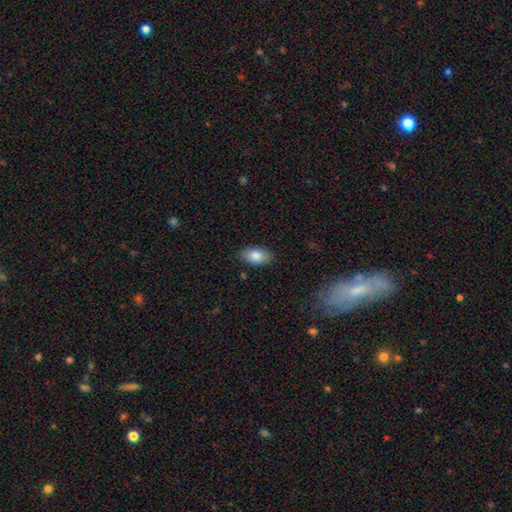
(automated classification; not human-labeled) Smooth or featured?
  - smooth: 84% *
  - featured or disk: 9%
  - star or artifact: 7%
How rounded?
  - in between: 92% *
  - round: 6%
  - cigar-shaped: 2%
Merging?
  - none: 86% *
  - minor disturbance: 10%
  - major disturbance: 2%
  - merger: 1%